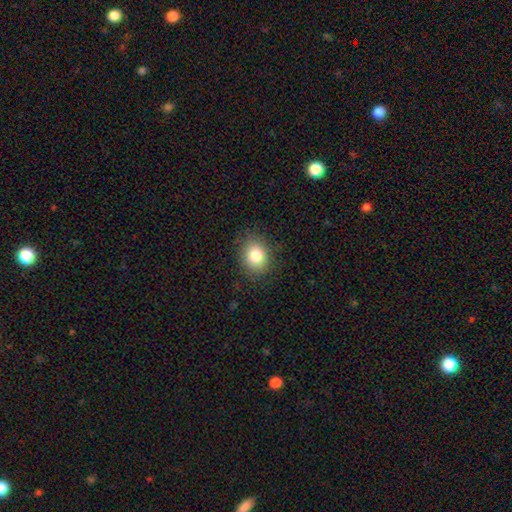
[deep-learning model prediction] This is clearly a smooth galaxy (82%). How rounded: possibly round (57%). Merging: clearly none (86%).